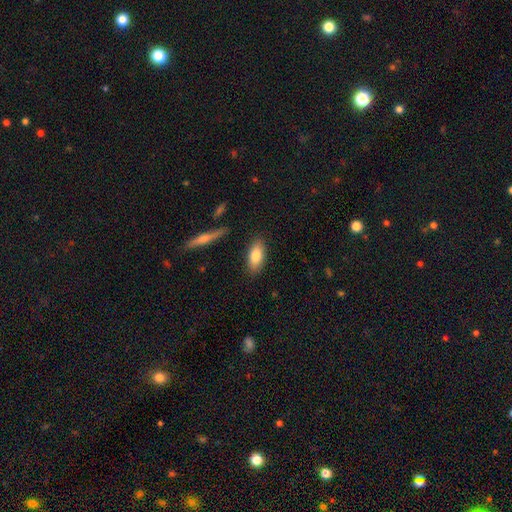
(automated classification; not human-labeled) This appears to be a smooth galaxy with no disk features (80%) that is in between round and cigar-shaped (83%). Merging: none (85%).